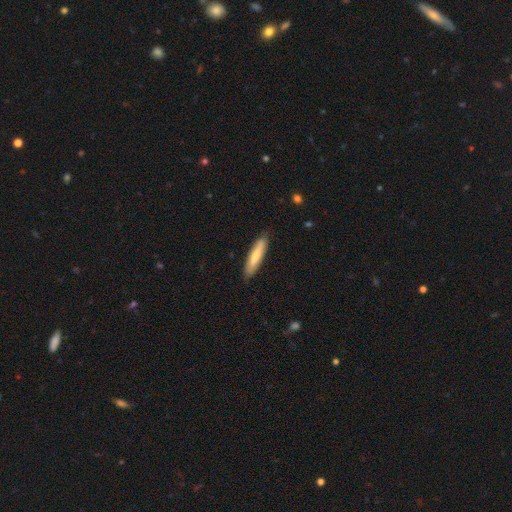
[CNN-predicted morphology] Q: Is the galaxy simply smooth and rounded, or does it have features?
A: smooth — 72%.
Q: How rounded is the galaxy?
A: cigar-shaped — 82%.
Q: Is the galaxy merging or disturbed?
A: none — 86%.